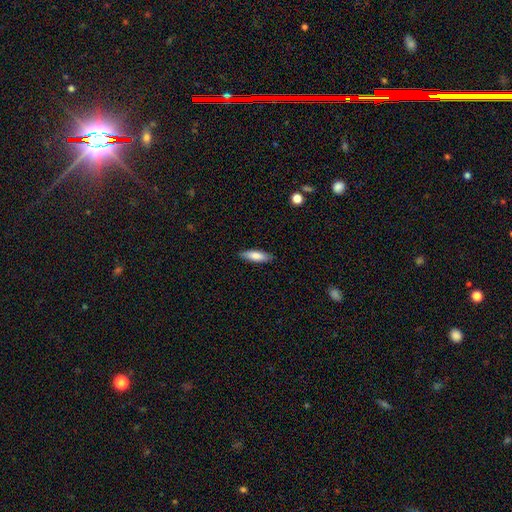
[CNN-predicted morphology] smooth 81%, featured or disk 13%, star or artifact 6%. Down the decision tree: how rounded — cigar-shaped (49%, tied with in between); merging — none (87%).